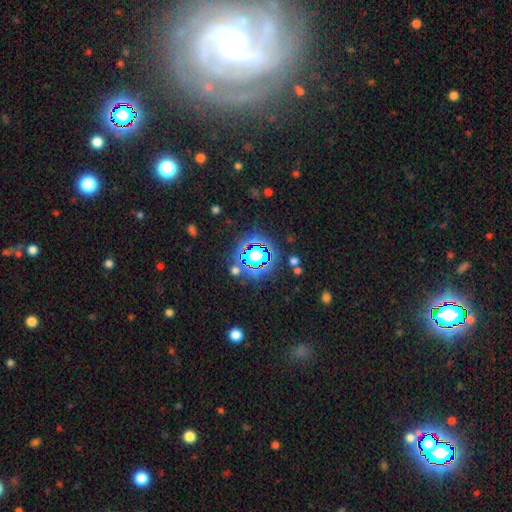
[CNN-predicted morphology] A star or artifact, not a galaxy (61%).

Vote fractions:
- Smooth or featured? star or artifact: 61% / smooth: 26% / featured or disk: 13%